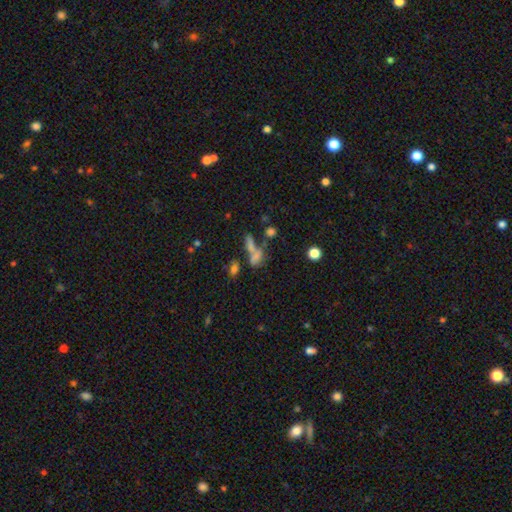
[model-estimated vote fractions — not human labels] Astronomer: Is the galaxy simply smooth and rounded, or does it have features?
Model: smooth — 54%.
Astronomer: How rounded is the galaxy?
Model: in between — 59%.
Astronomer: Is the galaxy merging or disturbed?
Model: merger — 45% (runner-up: none, 32%).